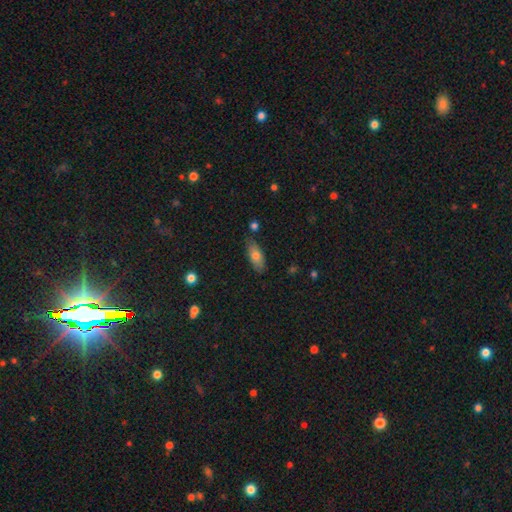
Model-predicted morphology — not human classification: Smooth or featured? smooth (74%)
How rounded? in between (79%)
Merging? none (78%)